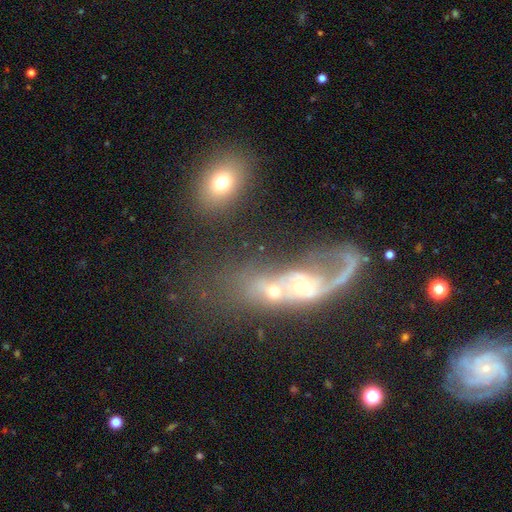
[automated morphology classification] smooth_or_featured: featured or disk (p=0.62) [alt: smooth p=0.27]
disk_edge_on: no (p=0.90) [alt: yes p=0.10]
bar: no (p=0.70) [alt: weak p=0.23]
has_spiral_arms: yes (p=0.63) [alt: no p=0.37]
bulge_size: moderate (p=0.45) [alt: small p=0.43]
merging: merger (p=0.54) [alt: major disturbance p=0.21]